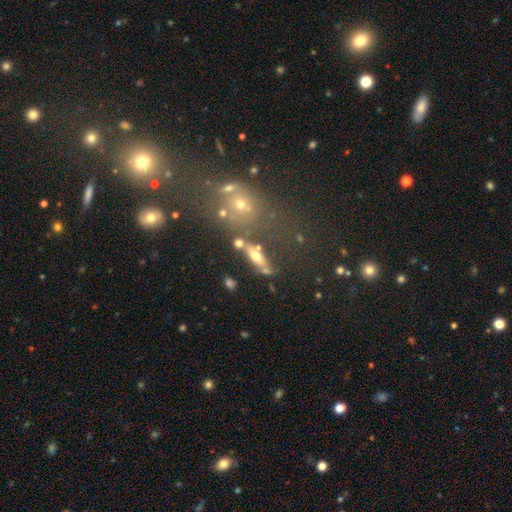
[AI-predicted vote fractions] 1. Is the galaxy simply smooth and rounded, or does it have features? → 50% smooth, 38% featured or disk, 13% star or artifact.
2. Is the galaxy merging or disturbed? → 57% none, 18% merger, 16% minor disturbance, 8% major disturbance.